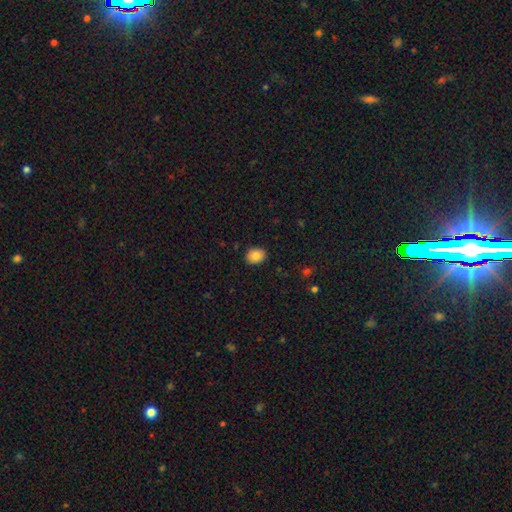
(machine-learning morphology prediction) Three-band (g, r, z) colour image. It shows a smooth galaxy with no disk features (83%) that is round (51%). Merging: none (89%).